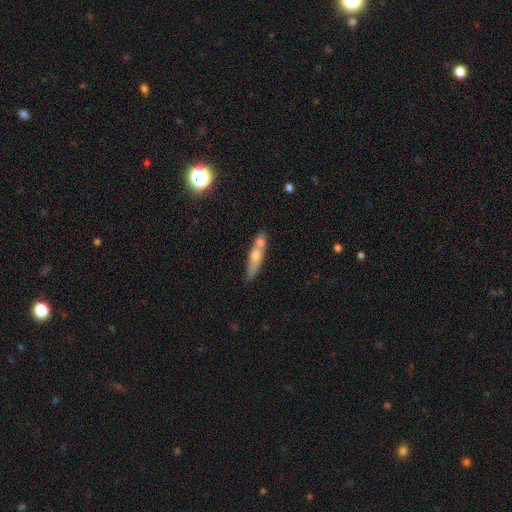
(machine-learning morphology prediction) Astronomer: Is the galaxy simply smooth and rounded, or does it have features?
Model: smooth — 52% (runner-up: featured or disk, 39%).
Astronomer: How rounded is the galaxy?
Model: cigar-shaped — 78%.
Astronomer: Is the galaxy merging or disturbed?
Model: none — 55%.